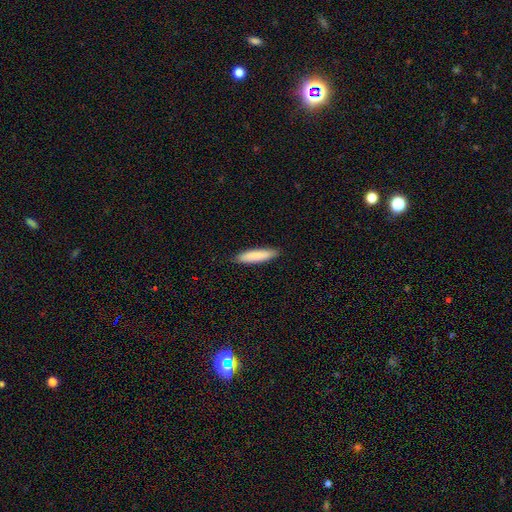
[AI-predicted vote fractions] A smooth galaxy with no disk features (85%) that is cigar-shaped (84%).

Vote fractions:
- Smooth or featured? smooth: 85% / featured or disk: 9% / star or artifact: 5%
- How rounded? cigar-shaped: 84% / in between: 15% / round: 1%
- Merging? none: 89% / minor disturbance: 8% / major disturbance: 2% / merger: 1%